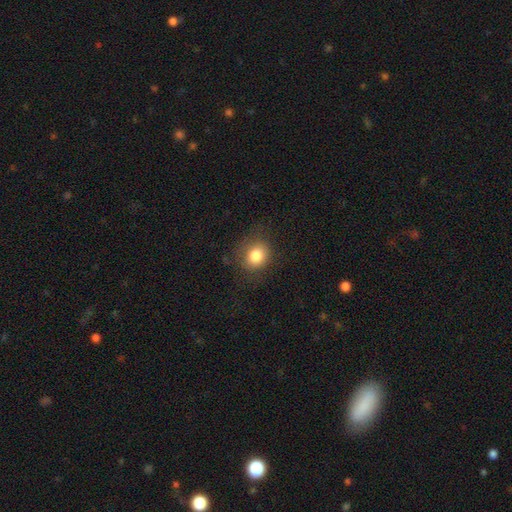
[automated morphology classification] A smooth galaxy with no disk features (82%) that is round (72%). Merging: none (76%).